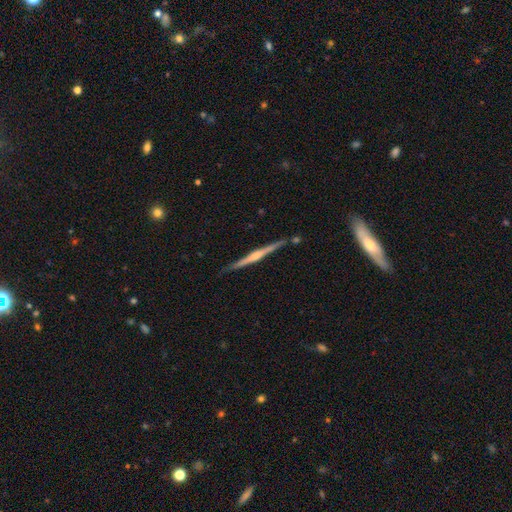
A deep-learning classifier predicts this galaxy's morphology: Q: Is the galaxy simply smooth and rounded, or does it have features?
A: featured or disk — 74%.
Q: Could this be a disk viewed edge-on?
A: yes — 98%.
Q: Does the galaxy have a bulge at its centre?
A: rounded — 64%.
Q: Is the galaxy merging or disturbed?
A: none — 86%.